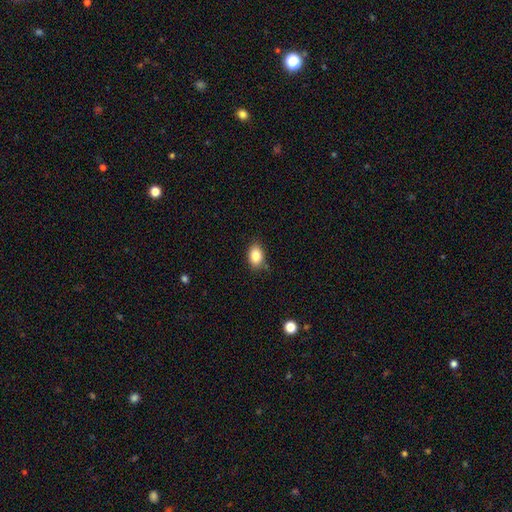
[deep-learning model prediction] Smooth or featured: smooth — 85% (star or artifact — 9%)
How rounded: in between — 81% (round — 18%)
Merging: none — 81% (minor disturbance — 14%)